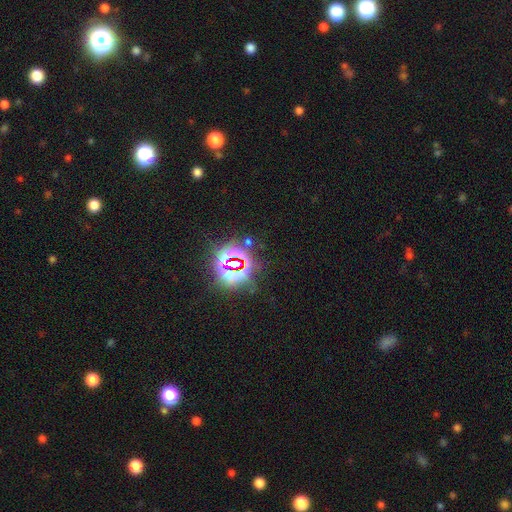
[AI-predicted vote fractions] Overall: star or artifact (82%).